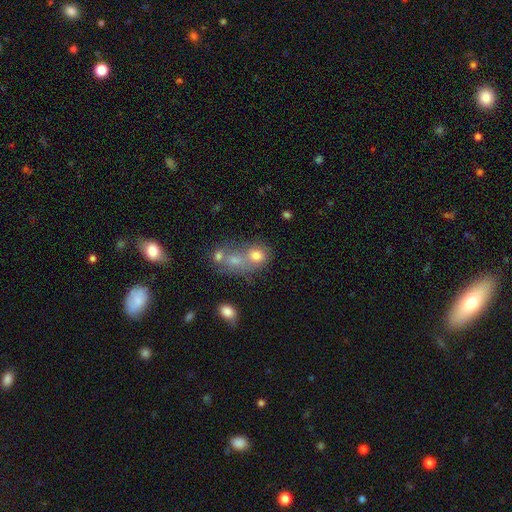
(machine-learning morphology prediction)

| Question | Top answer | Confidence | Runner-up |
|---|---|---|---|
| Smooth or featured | smooth | 72% | featured or disk (15%) |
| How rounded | round | 57% | in between (41%) |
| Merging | merger | 53% | none (31%) |